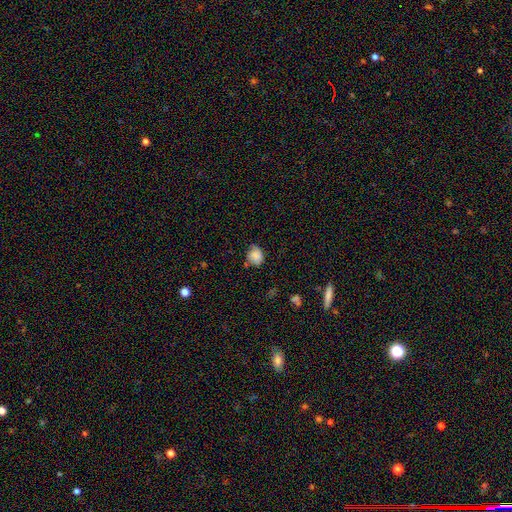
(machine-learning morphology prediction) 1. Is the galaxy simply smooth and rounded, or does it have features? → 80% smooth, 10% featured or disk, 10% star or artifact.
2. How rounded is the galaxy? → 54% round, 45% in between, 1% cigar-shaped.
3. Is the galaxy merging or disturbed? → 60% none, 30% minor disturbance, 7% major disturbance, 3% merger.